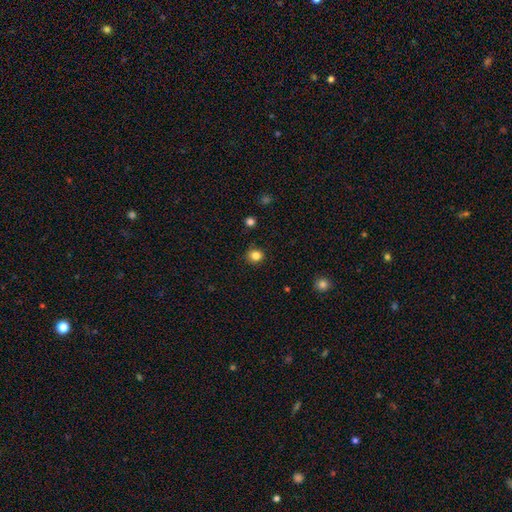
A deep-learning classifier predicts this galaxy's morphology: smooth-or-featured: smooth: 83% | star or artifact: 12% | featured or disk: 5%
  how-rounded: round: 83% | in between: 16% | cigar-shaped: 1%
  merging: none: 89% | minor disturbance: 8% | major disturbance: 2% | merger: 1%